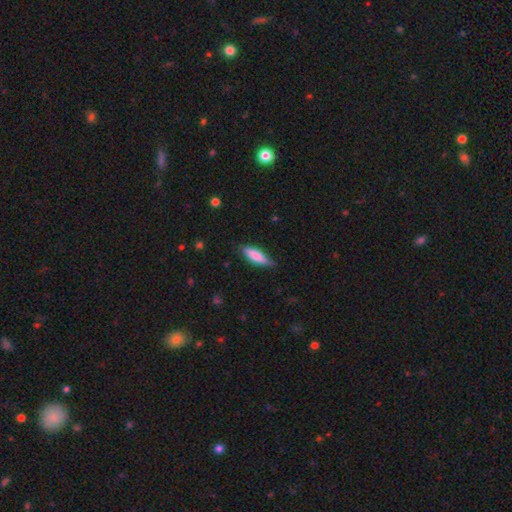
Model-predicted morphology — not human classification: A smooth galaxy with no disk features (74%) that is in between round and cigar-shaped (52%). Merging: none (71%).